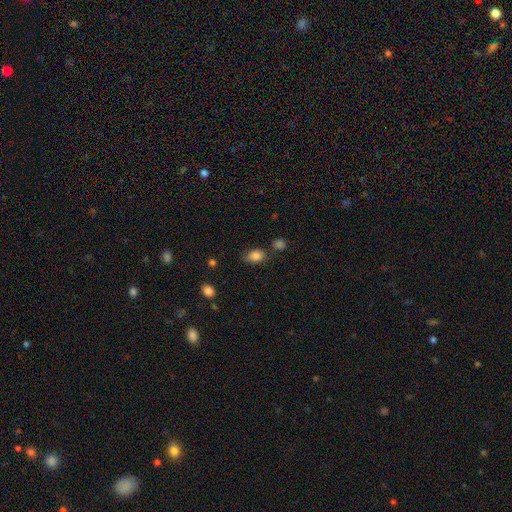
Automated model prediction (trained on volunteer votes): Smooth or featured?
  - smooth: 85% *
  - star or artifact: 9%
  - featured or disk: 5%
How rounded?
  - in between: 80% *
  - round: 19%
  - cigar-shaped: 2%
Merging?
  - none: 69% *
  - minor disturbance: 18%
  - merger: 8%
  - major disturbance: 5%